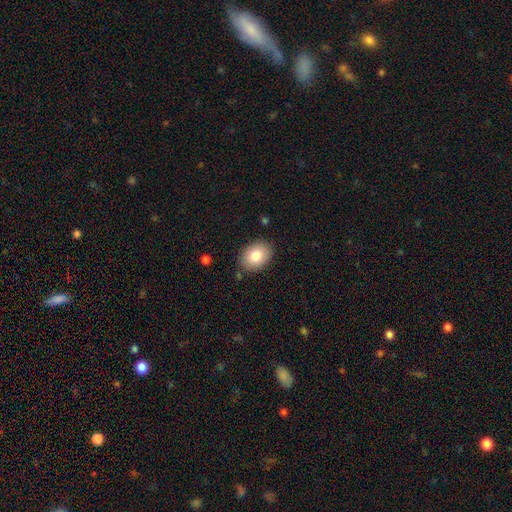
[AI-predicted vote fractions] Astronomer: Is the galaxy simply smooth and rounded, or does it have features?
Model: smooth — 83%.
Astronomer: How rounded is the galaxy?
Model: in between — 75%.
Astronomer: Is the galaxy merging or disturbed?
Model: none — 86%.